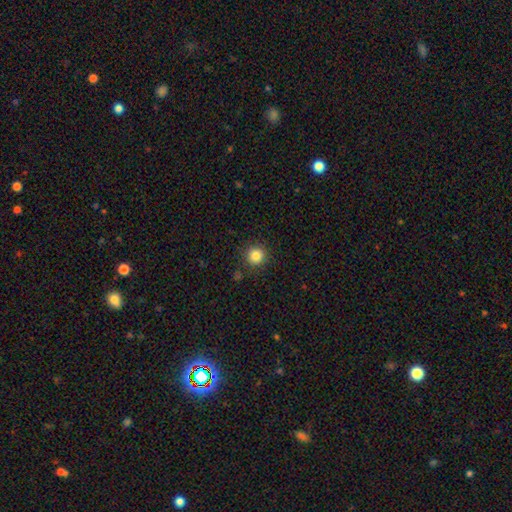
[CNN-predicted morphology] type=smooth (85%); roundness=round (95%); merging=none (89%).